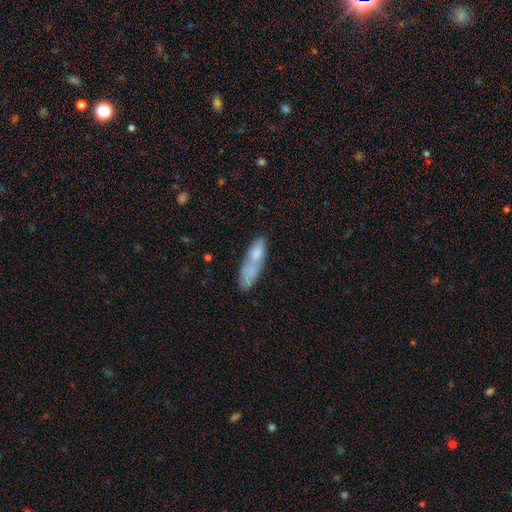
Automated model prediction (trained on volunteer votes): A smooth galaxy with no disk features (70%) that is cigar-shaped (57%). Merging: none (40%).